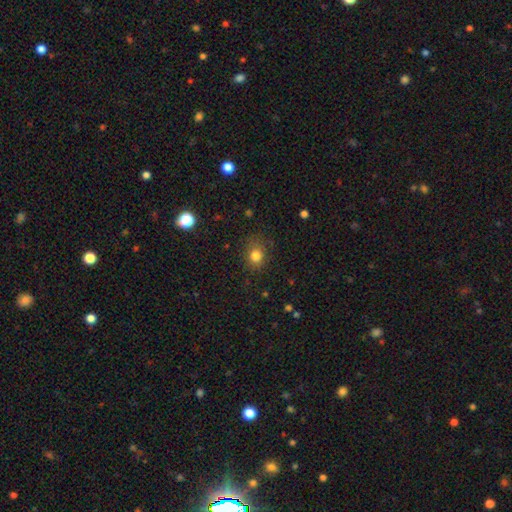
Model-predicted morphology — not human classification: The model was most divided on "how rounded": round: 63%, in between: 36%, cigar-shaped: 1%. More confident: smooth or featured — smooth (80%); merging — none (77%).